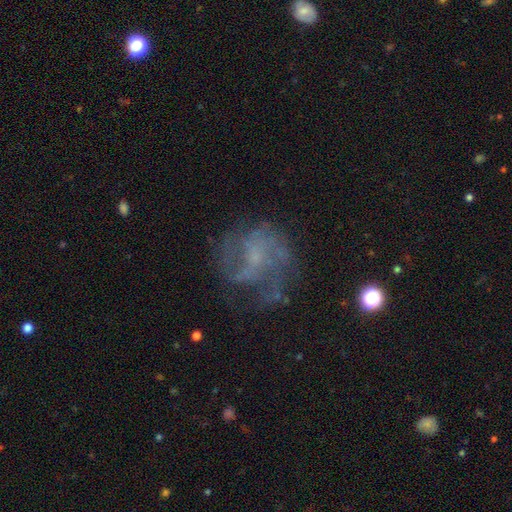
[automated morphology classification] Smooth or featured? Predicted: featured or disk (p=0.68). Edge-on disk? Predicted: no (p=0.98). Bar? Predicted: no (p=0.63). Spiral arms? Predicted: yes (p=0.77). Spiral winding? Predicted: medium (p=0.44). Spiral arm count? Predicted: can't tell (p=0.37). Bulge size? Predicted: small (p=0.49). Merging? Predicted: none (p=0.60).